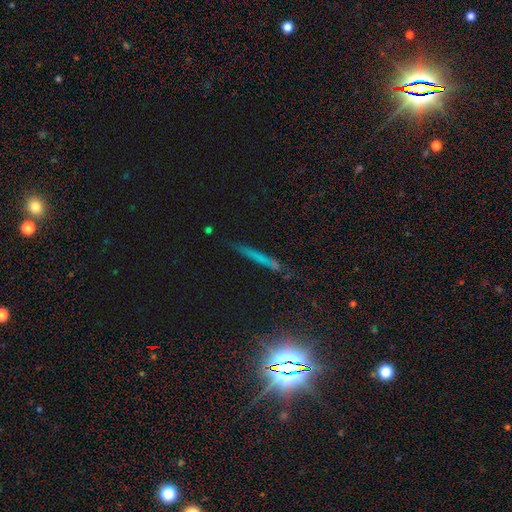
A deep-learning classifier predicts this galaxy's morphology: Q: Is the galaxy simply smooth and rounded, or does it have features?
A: smooth — 40%.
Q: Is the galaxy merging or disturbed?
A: none — 79%.